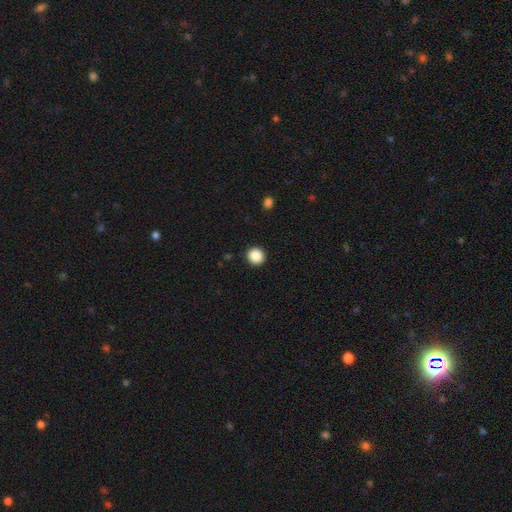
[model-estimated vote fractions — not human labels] A smooth galaxy with no disk features (88%) that is round (92%).

Vote fractions:
- Smooth or featured? smooth: 88% / star or artifact: 9% / featured or disk: 3%
- How rounded? round: 92% / in between: 7% / cigar-shaped: 1%
- Merging? none: 92% / minor disturbance: 5% / major disturbance: 2% / merger: 1%